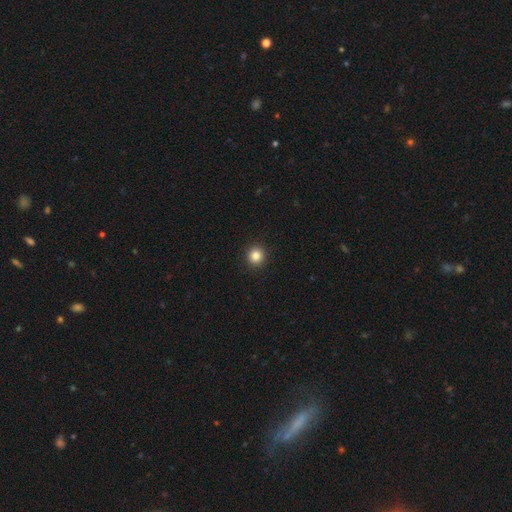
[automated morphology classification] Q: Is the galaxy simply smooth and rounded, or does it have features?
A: smooth — 85%.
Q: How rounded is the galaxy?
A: round — 94%.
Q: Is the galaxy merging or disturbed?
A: none — 93%.